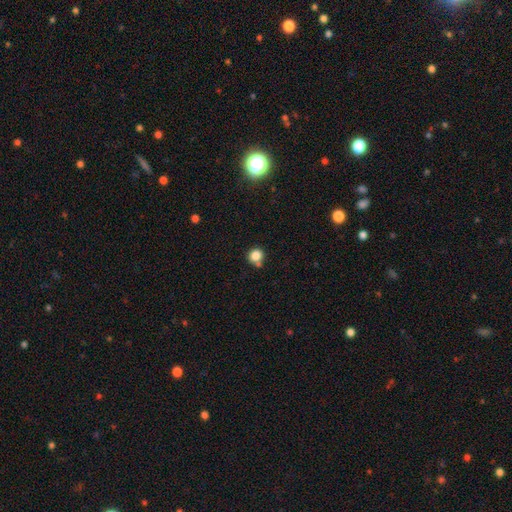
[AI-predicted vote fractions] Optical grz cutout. It shows a smooth galaxy with no disk features (83%) that is round (86%). Merging: none (66%).